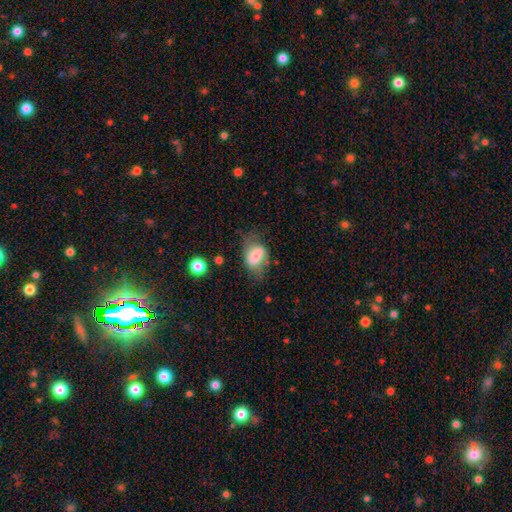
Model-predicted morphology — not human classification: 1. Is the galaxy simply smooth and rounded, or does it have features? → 61% smooth, 31% featured or disk, 8% star or artifact.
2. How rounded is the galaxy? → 80% in between, 18% round, 2% cigar-shaped.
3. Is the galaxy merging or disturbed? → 49% none, 29% minor disturbance, 18% major disturbance, 4% merger.